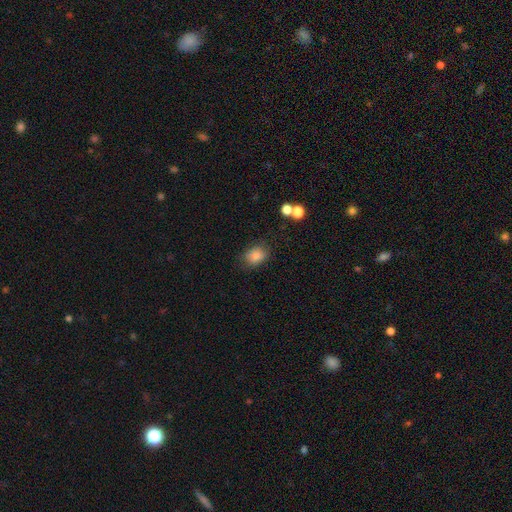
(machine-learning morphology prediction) smooth 83%, star or artifact 10%, featured or disk 7%. Down the decision tree: how rounded — in between (65%); merging — none (76%).